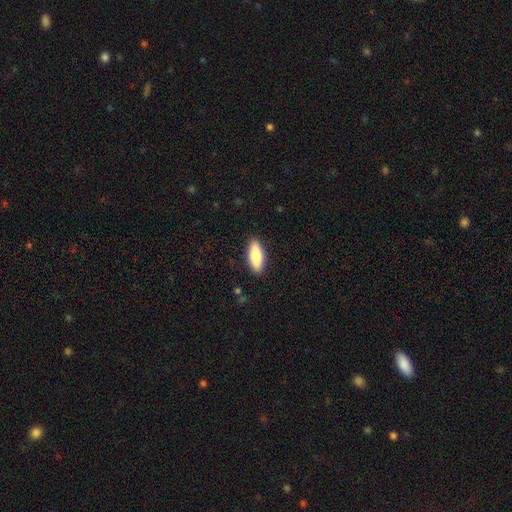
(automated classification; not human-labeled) smooth-or-featured: smooth: 80% | featured or disk: 15% | star or artifact: 6%
  how-rounded: in between: 67% | cigar-shaped: 31% | round: 2%
  merging: none: 89% | minor disturbance: 8% | major disturbance: 2% | merger: 1%